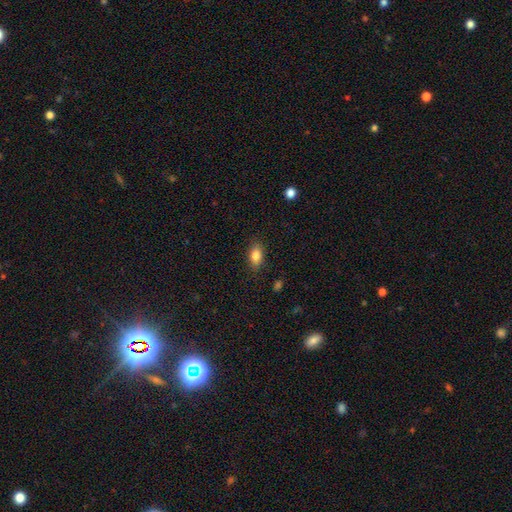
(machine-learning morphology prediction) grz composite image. It shows a smooth galaxy with no disk features (84%) that is in between round and cigar-shaped (86%). Merging: none (86%).